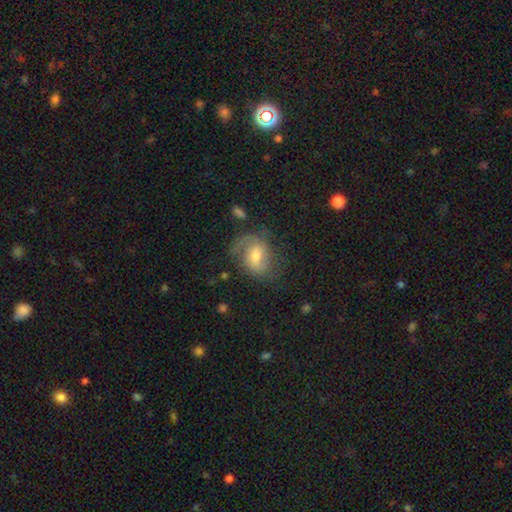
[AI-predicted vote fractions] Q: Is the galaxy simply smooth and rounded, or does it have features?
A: featured or disk — 59%.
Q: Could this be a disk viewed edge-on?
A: no — 97%.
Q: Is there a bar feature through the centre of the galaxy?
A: weak — 49%.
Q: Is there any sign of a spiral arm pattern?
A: yes — 84%.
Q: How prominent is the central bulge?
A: moderate — 62%.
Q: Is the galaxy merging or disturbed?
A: none — 56%.